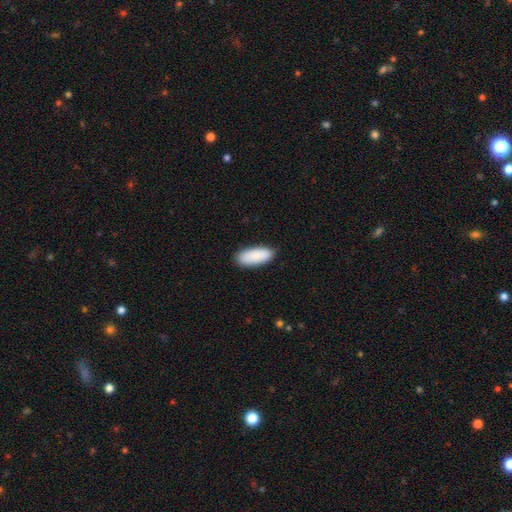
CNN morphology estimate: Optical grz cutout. It shows a smooth galaxy with no disk features (89%) that is in between round and cigar-shaped (85%). Merging: none (87%).